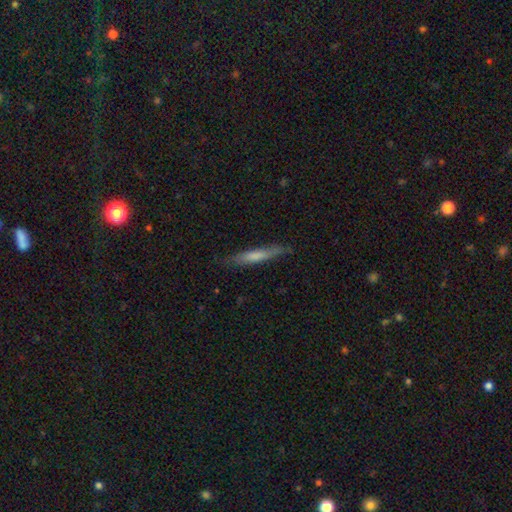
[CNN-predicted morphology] Smooth or featured? smooth (65%)
How rounded? cigar-shaped (92%)
Merging? none (80%)